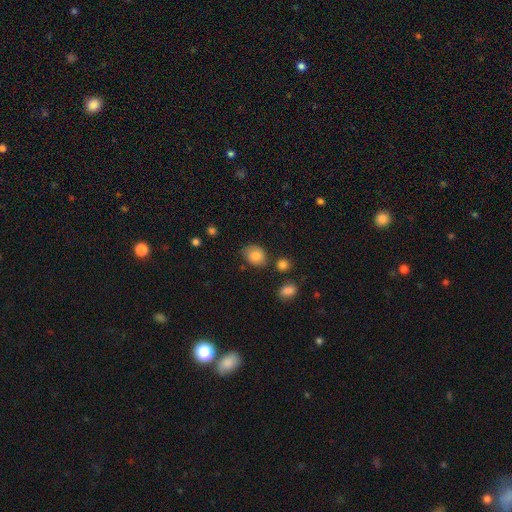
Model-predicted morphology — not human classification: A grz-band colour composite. It shows a smooth galaxy with no disk features (82%) that is in between round and cigar-shaped (59%). Merging: none (70%).